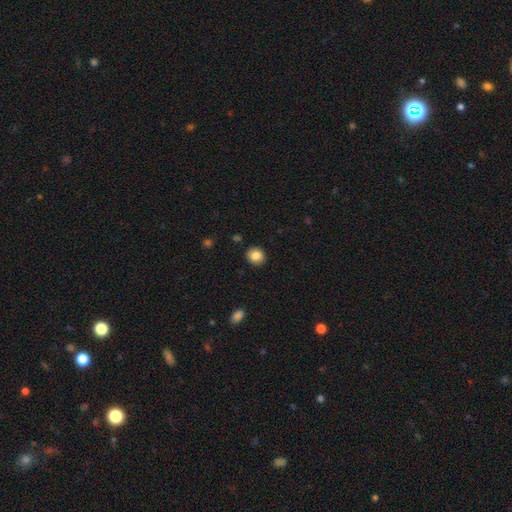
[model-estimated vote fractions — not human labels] This appears to be a smooth galaxy with no disk features (86%) that is round (78%). Merging: none (90%).